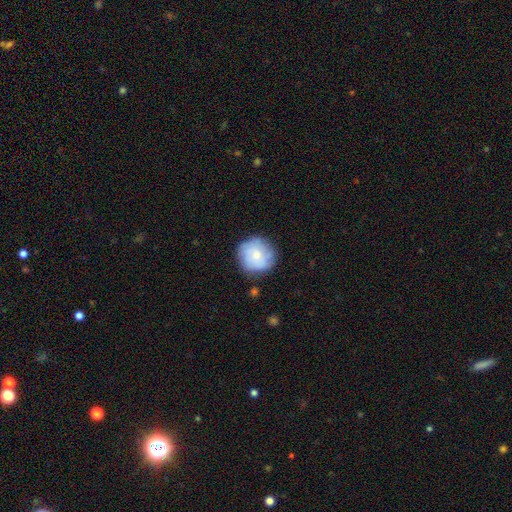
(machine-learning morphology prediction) type=smooth (64%); roundness=round (92%); merging=none (80%).